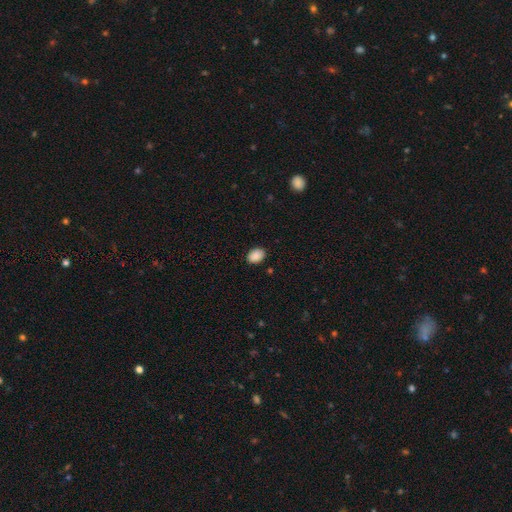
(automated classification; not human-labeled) This appears to be a smooth galaxy with no disk features (89%) that is in between round and cigar-shaped (79%). Merging: none (88%).